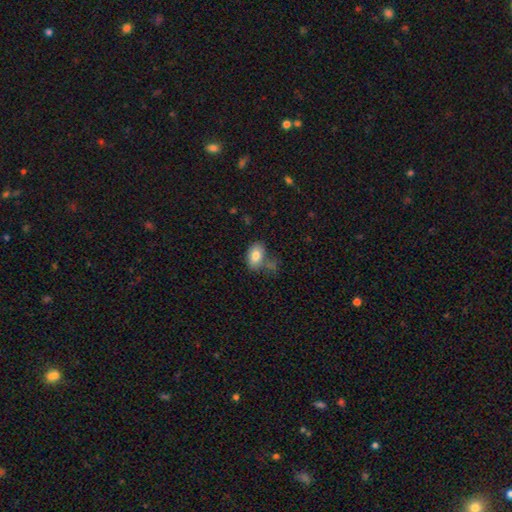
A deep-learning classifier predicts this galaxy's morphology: Overall: smooth (81%). How rounded: in between (89%). Merging: none (59%; minor disturbance 20%).